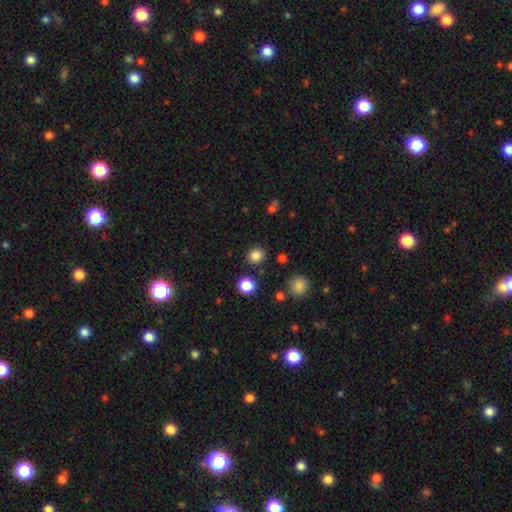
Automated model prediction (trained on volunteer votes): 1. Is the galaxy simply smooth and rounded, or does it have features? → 83% smooth, 13% star or artifact, 4% featured or disk.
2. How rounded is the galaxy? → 86% round, 13% in between, 1% cigar-shaped.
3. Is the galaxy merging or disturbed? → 88% none, 7% minor disturbance, 3% merger, 3% major disturbance.